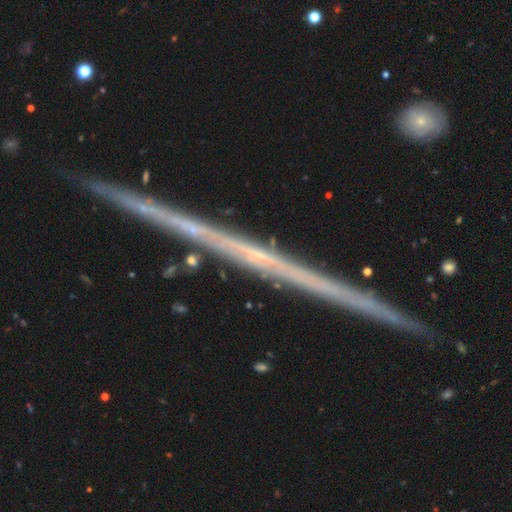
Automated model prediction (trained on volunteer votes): Morphology: type=featured or disk (63%); edge-on=yes (95%); edge-on bulge=none (81%); merging=none (90%).